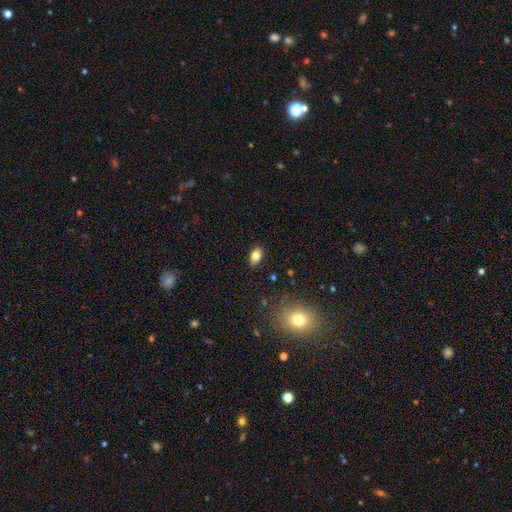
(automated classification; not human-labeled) Smooth or featured: smooth — 79% (featured or disk — 11%)
How rounded: in between — 87% (round — 10%)
Merging: none — 86% (minor disturbance — 11%)